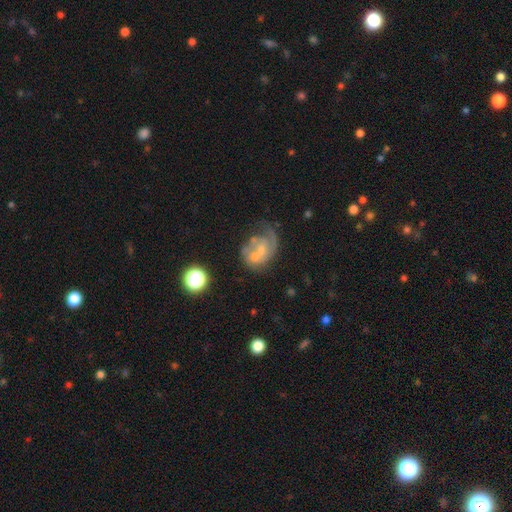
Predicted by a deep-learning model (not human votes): Smooth or featured? featured or disk (65%)
Edge-on disk? no (97%)
Bar? no (69%)
Spiral arms? yes (75%)
Bulge size? small (53%)
Merging? none (33%)